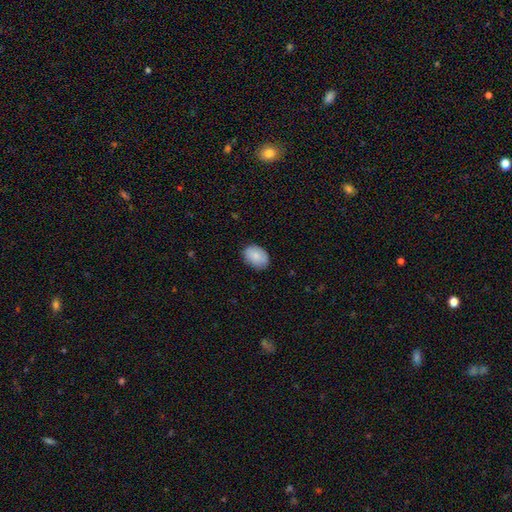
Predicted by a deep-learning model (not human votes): Smooth or featured: smooth — 86% (featured or disk — 8%)
How rounded: in between — 78% (round — 21%)
Merging: none — 83% (minor disturbance — 14%)